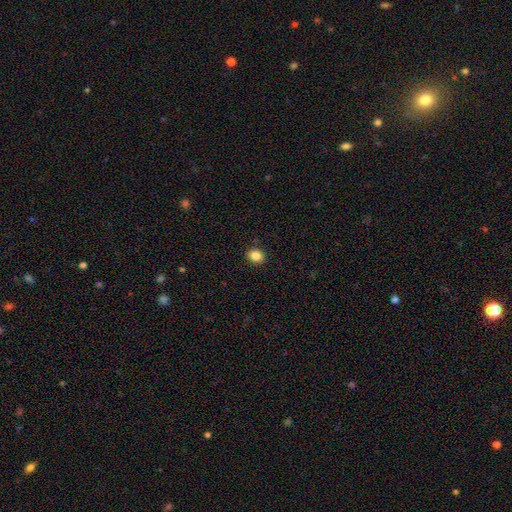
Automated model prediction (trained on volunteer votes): Smooth or featured? smooth (86%)
How rounded? round (60%)
Merging? none (89%)